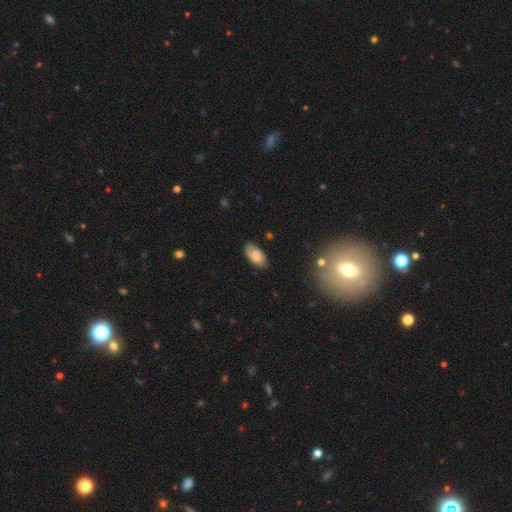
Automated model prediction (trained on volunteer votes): Smooth or featured? Predicted: smooth (p=0.76). How rounded? Predicted: in between (p=0.95). Merging? Predicted: none (p=0.81).